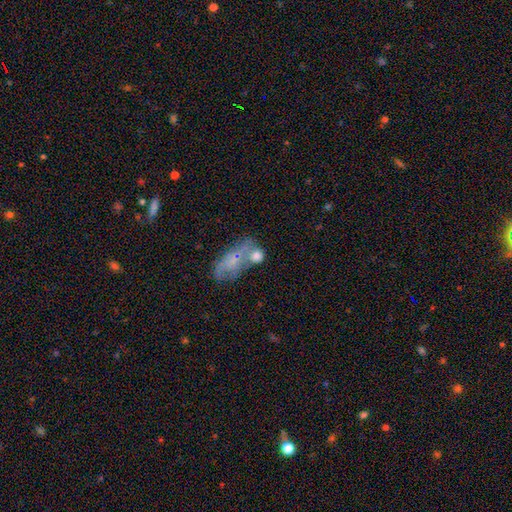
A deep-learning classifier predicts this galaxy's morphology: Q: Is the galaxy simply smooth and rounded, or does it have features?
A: smooth — 70%.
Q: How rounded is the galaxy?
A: round — 58%.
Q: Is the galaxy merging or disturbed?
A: merger — 41%.